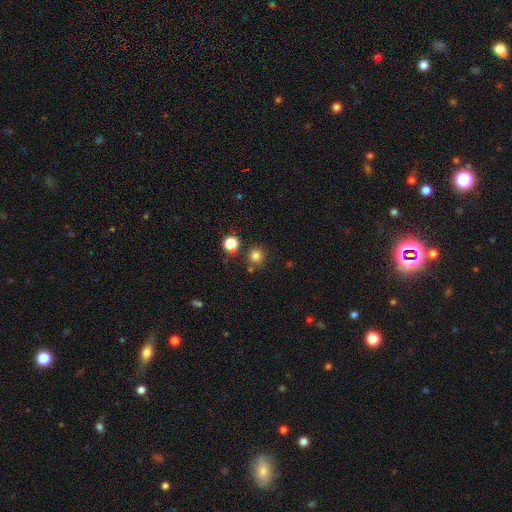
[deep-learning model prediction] This appears to be a smooth galaxy with no disk features (80%) that is round (93%). Merging: none (81%).